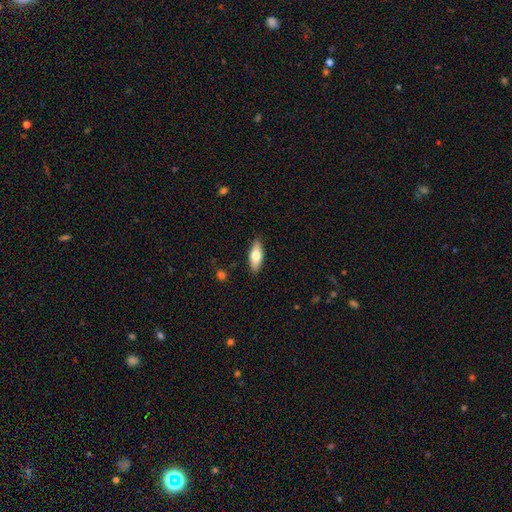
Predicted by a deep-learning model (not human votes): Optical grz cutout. It shows a smooth galaxy with no disk features (70%) that is in between round and cigar-shaped (70%). Merging: none (88%).